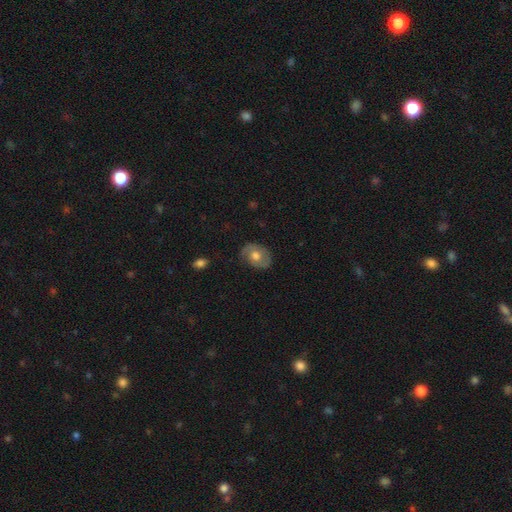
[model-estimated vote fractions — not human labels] Q: Smooth or featured?
A: smooth (50%); runner-up: featured or disk (43%)
Q: Merging?
A: none (72%); runner-up: minor disturbance (20%)